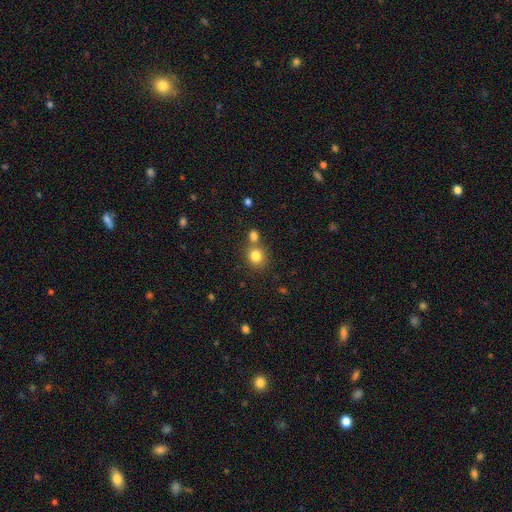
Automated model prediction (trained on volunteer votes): Q: Smooth or featured?
A: smooth (83%); runner-up: star or artifact (11%)
Q: How rounded?
A: round (83%); runner-up: in between (16%)
Q: Merging?
A: none (62%); runner-up: merger (26%)